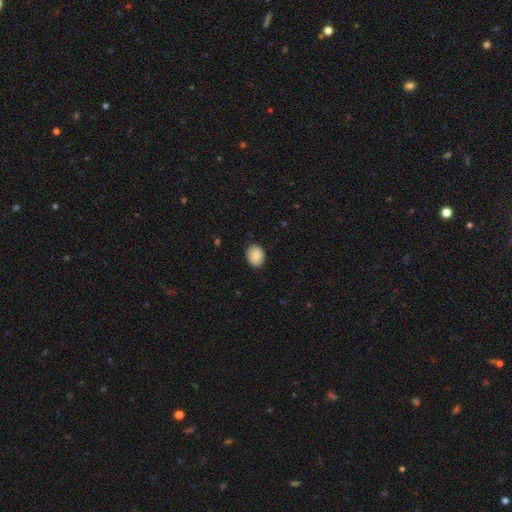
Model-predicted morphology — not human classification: Smooth or featured? smooth (87%)
How rounded? in between (56%)
Merging? none (86%)